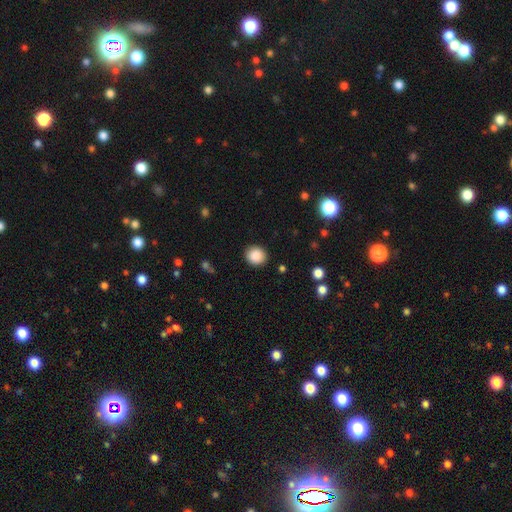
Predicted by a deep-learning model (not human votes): smooth_or_featured: smooth (p=0.88) [alt: star or artifact p=0.09]
how_rounded: round (p=0.82) [alt: in between p=0.17]
merging: none (p=0.89) [alt: minor disturbance p=0.07]